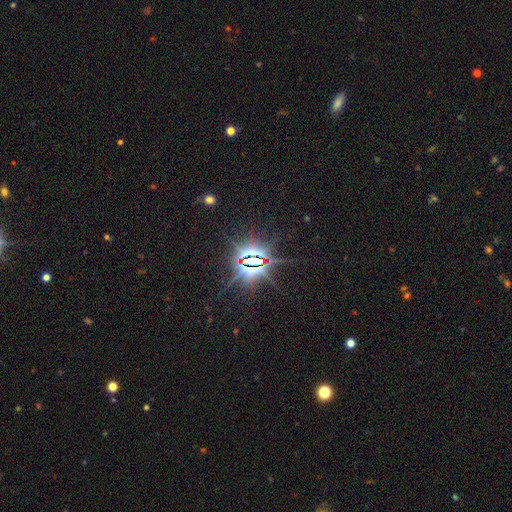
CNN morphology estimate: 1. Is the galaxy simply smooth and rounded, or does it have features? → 83% star or artifact, 10% featured or disk, 7% smooth.